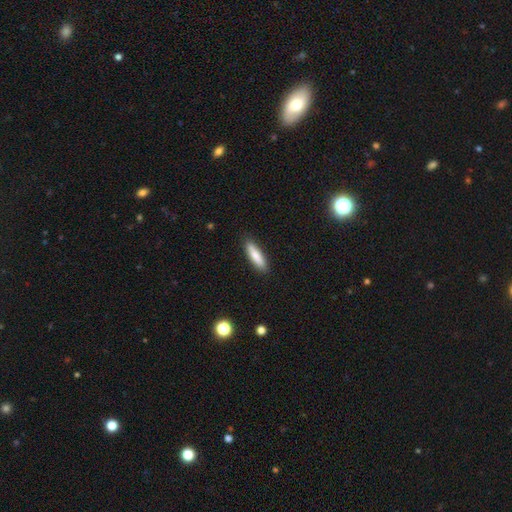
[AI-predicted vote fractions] Smooth or featured? smooth (77%)
How rounded? cigar-shaped (73%)
Merging? none (89%)